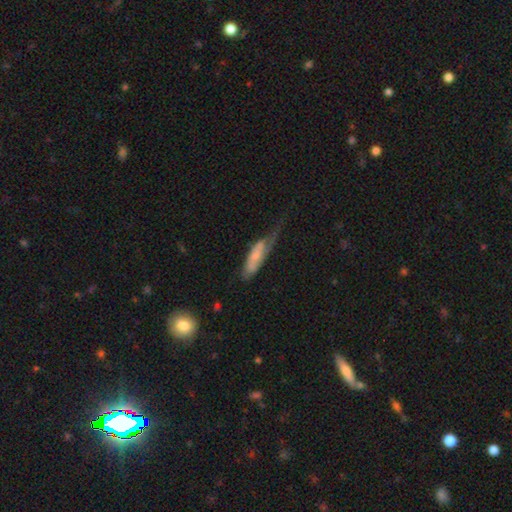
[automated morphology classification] type=smooth (51%); roundness=cigar-shaped (50%); merging=major disturbance (38%).